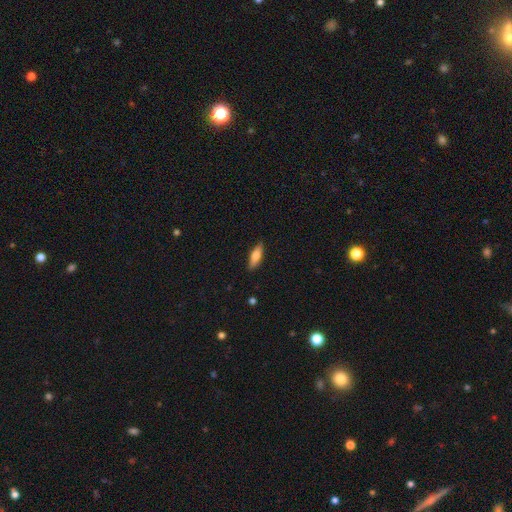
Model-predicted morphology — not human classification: Smooth or featured: smooth — 67% (featured or disk — 27%)
How rounded: in between — 49% (tied with cigar-shaped — 49%)
Merging: none — 88% (minor disturbance — 9%)